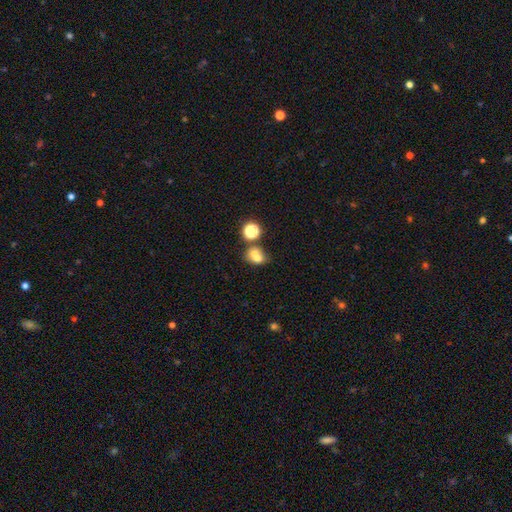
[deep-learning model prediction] Smooth or featured? Predicted: smooth (p=0.68). How rounded? Predicted: round (p=0.59). Merging? Predicted: merger (p=0.56).